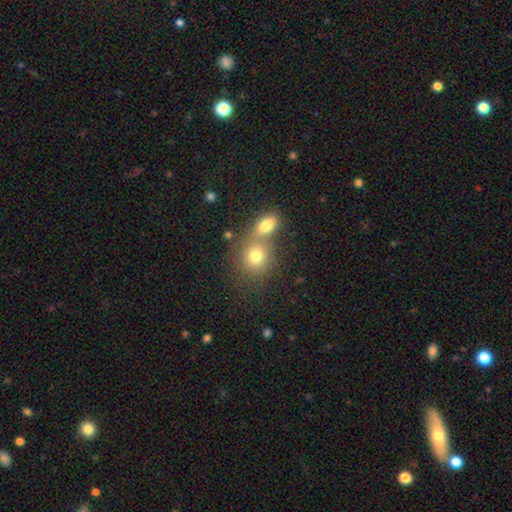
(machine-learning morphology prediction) Overall: smooth (76%). How rounded: round (74%). Merging: merger (45%; none 44%).